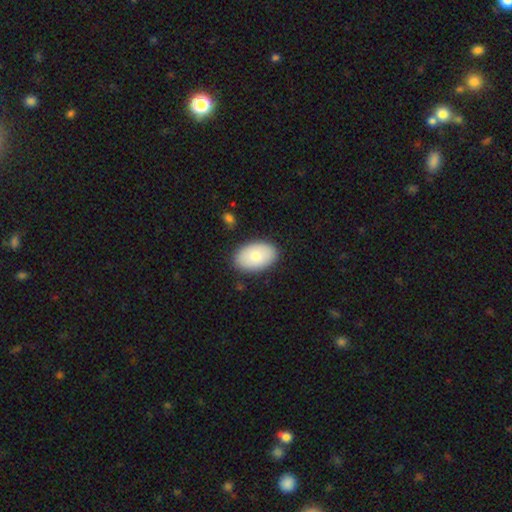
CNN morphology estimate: Smooth or featured: smooth — 79% (featured or disk — 15%)
How rounded: in between — 93% (round — 6%)
Merging: none — 87% (minor disturbance — 9%)